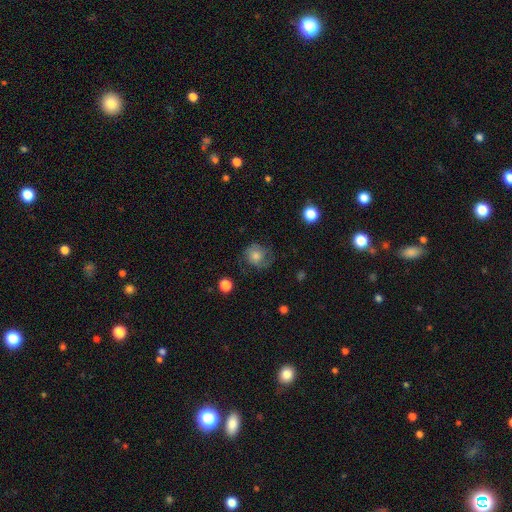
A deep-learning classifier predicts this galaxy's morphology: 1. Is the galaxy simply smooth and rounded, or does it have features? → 63% smooth, 28% featured or disk, 10% star or artifact.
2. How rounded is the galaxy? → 81% round, 18% in between, 1% cigar-shaped.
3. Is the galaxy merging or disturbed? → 59% none, 23% minor disturbance, 16% major disturbance, 1% merger.